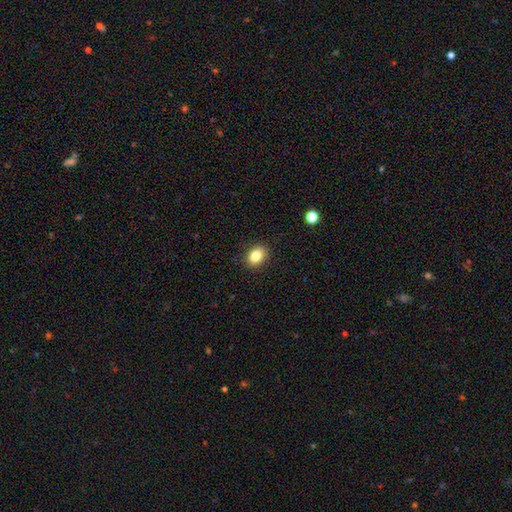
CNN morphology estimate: A smooth galaxy with no disk features (84%) that is in between round and cigar-shaped (71%).

Vote fractions:
- Smooth or featured? smooth: 84% / star or artifact: 10% / featured or disk: 6%
- How rounded? in between: 71% / round: 28% / cigar-shaped: 1%
- Merging? none: 89% / minor disturbance: 8% / major disturbance: 2% / merger: 1%